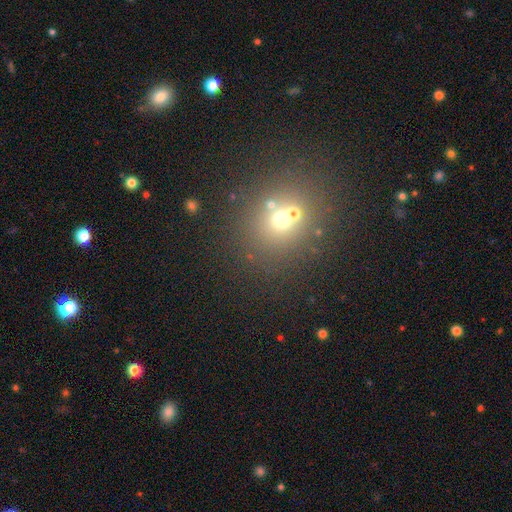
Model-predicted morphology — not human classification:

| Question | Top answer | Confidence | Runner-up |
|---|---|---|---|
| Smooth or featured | smooth | 50% | star or artifact (31%) |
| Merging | none | 53% | merger (36%) |